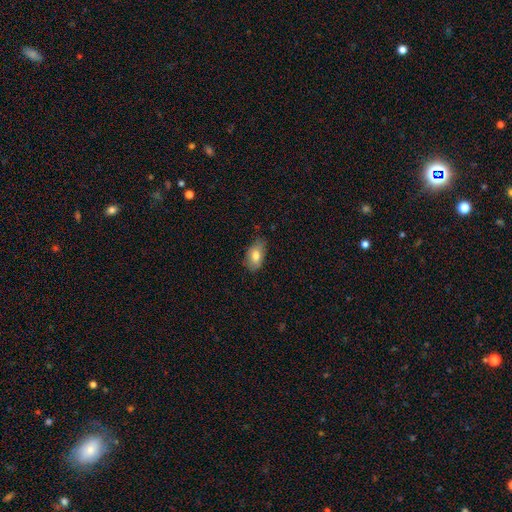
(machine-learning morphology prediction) smooth-or-featured: smooth: 78% | featured or disk: 15% | star or artifact: 7%
  how-rounded: in between: 91% | round: 7% | cigar-shaped: 2%
  merging: none: 64% | minor disturbance: 29% | major disturbance: 6% | merger: 1%